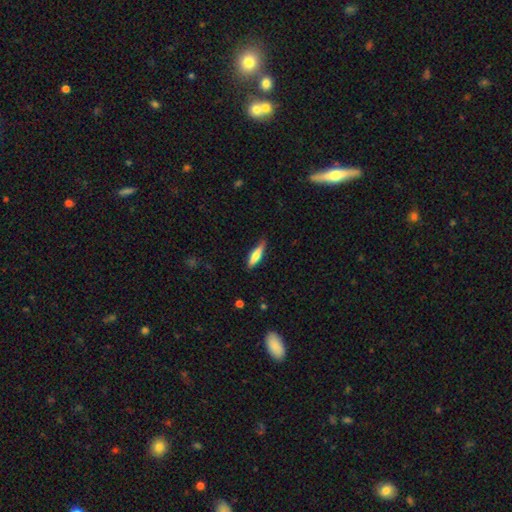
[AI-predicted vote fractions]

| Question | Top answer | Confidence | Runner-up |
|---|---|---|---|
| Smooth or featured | smooth | 66% | featured or disk (29%) |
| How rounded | cigar-shaped | 69% | in between (30%) |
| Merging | none | 76% | minor disturbance (20%) |